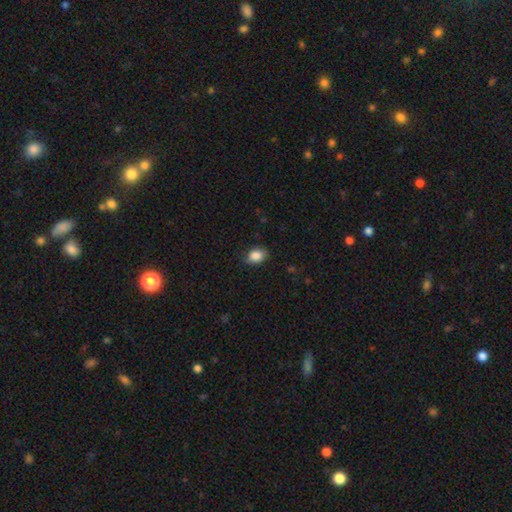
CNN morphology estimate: The model was most divided on "how rounded": in between: 75%, round: 24%, cigar-shaped: 1%. More confident: smooth or featured — smooth (88%); merging — none (80%).